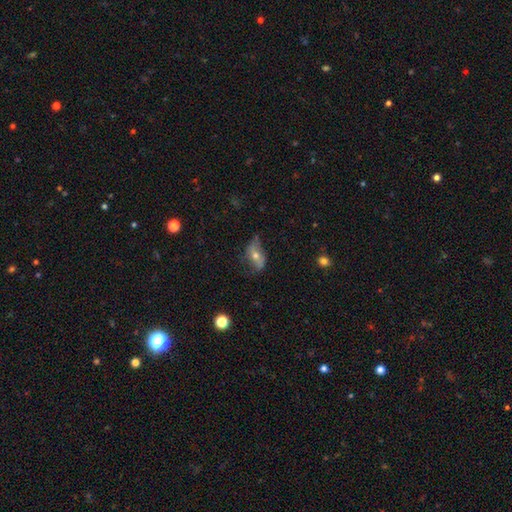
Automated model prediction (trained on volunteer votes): This appears to be a featured or disk galaxy (50%). Merging: none (54%).